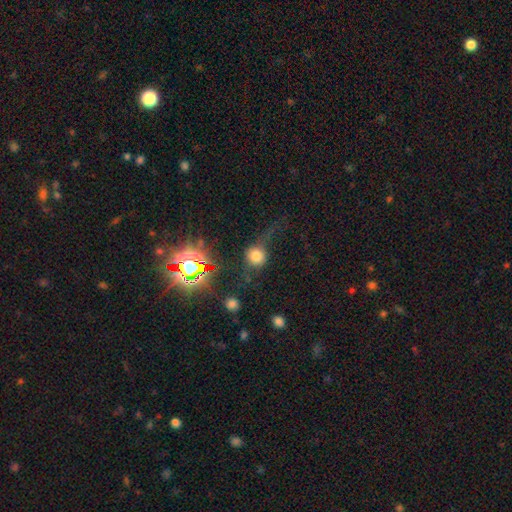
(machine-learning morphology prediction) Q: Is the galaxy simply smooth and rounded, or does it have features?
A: smooth — 66%.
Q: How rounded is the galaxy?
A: round — 88%.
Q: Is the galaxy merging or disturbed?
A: none — 54%.